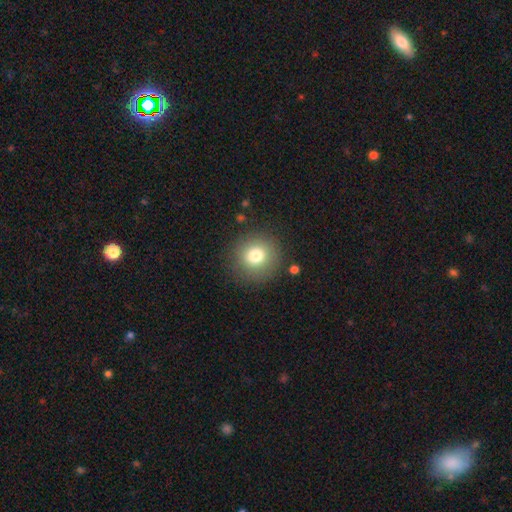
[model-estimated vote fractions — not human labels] The model was most divided on "smooth or featured": smooth: 78%, star or artifact: 12%, featured or disk: 10%. More confident: how rounded — round (94%); merging — none (87%).